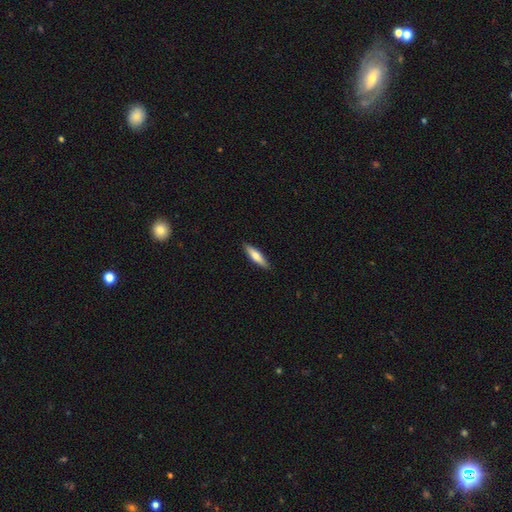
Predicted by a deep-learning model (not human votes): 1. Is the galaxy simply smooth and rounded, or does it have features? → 65% smooth, 30% featured or disk, 5% star or artifact.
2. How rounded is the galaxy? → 73% cigar-shaped, 25% in between, 2% round.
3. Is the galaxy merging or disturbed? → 90% none, 8% minor disturbance, 2% major disturbance, 1% merger.